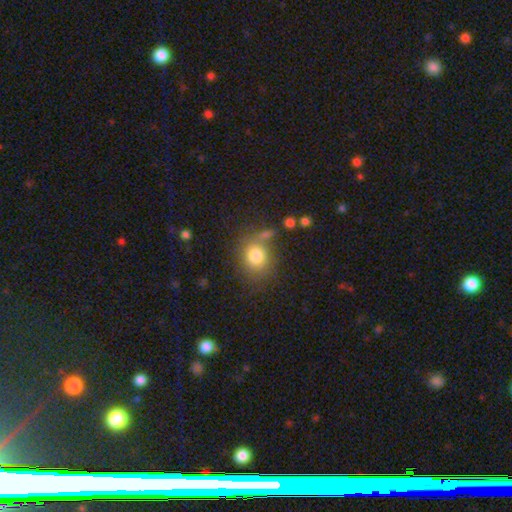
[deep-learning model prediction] Smooth or featured? Predicted: smooth (p=0.80). How rounded? Predicted: round (p=0.69). Merging? Predicted: none (p=0.66).